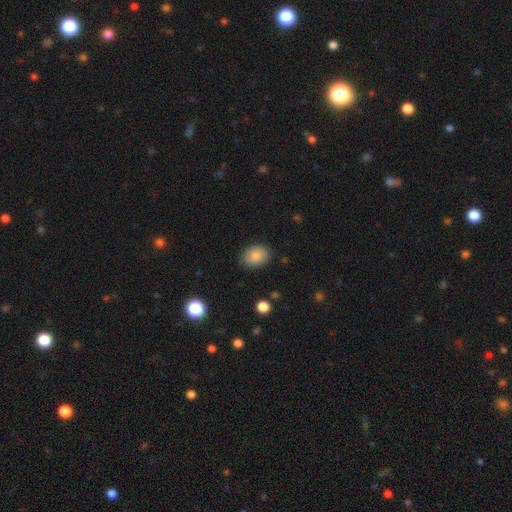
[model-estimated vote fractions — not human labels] Q: Smooth or featured?
A: smooth (85%); runner-up: star or artifact (8%)
Q: How rounded?
A: in between (76%); runner-up: round (23%)
Q: Merging?
A: none (84%); runner-up: minor disturbance (12%)